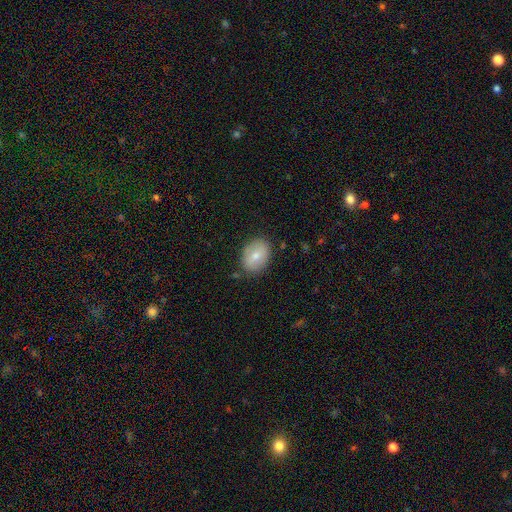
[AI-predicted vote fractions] The model was most divided on "how rounded": in between: 67%, round: 32%, cigar-shaped: 1%. More confident: merging — none (81%); smooth or featured — smooth (69%).